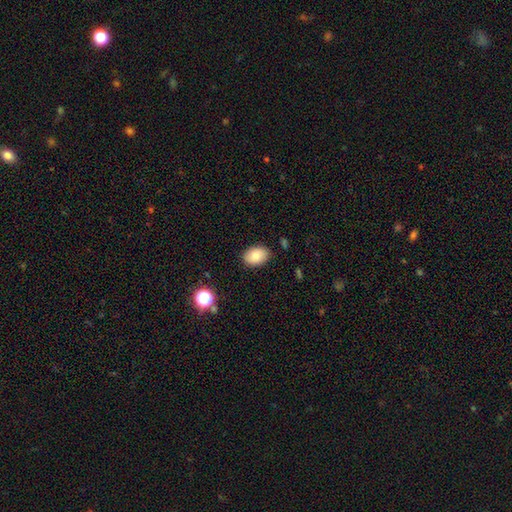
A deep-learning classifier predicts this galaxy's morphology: Smooth or featured? Predicted: smooth (p=0.84). How rounded? Predicted: in between (p=0.82). Merging? Predicted: none (p=0.85).